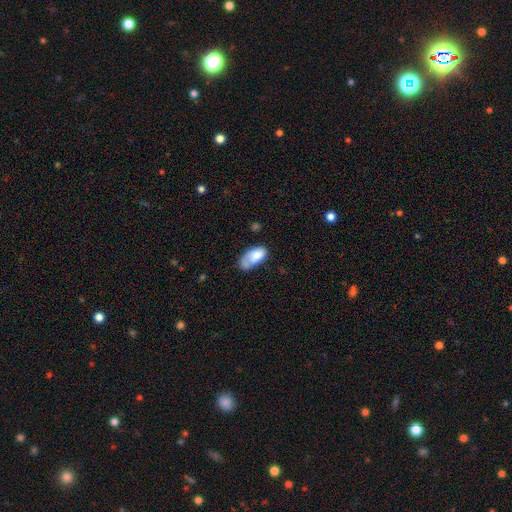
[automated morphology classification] Q: Smooth or featured?
A: smooth (76%); runner-up: featured or disk (17%)
Q: How rounded?
A: in between (93%); runner-up: cigar-shaped (4%)
Q: Merging?
A: none (40%); runner-up: minor disturbance (32%)